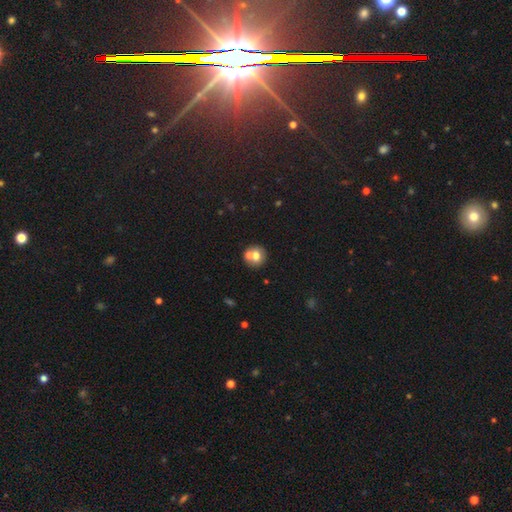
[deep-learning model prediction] Smooth or featured?
  - smooth: 66% *
  - featured or disk: 23%
  - star or artifact: 12%
How rounded?
  - round: 85% *
  - in between: 14%
  - cigar-shaped: 1%
Merging?
  - none: 53% *
  - merger: 37%
  - minor disturbance: 8%
  - major disturbance: 3%